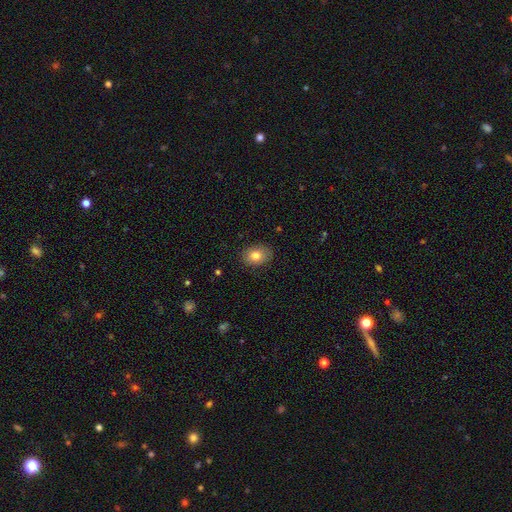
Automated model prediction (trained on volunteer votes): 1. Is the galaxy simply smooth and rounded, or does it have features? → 79% smooth, 12% featured or disk, 8% star or artifact.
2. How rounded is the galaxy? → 63% in between, 36% round, 1% cigar-shaped.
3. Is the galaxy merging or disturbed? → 85% none, 12% minor disturbance, 3% major disturbance, 1% merger.